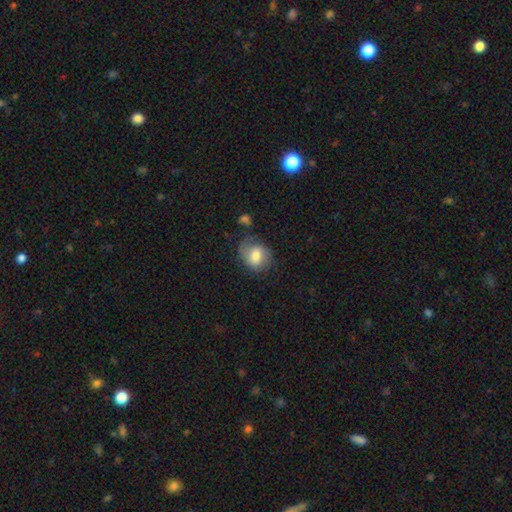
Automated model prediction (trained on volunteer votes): smooth-or-featured: smooth: 67% | featured or disk: 25% | star or artifact: 8%
  how-rounded: round: 53% | in between: 46% | cigar-shaped: 1%
  merging: none: 55% | minor disturbance: 27% | major disturbance: 13% | merger: 5%